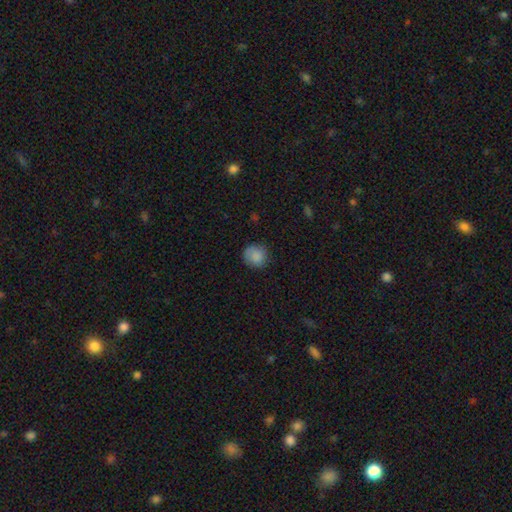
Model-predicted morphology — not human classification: smooth-or-featured: smooth: 85% | star or artifact: 8% | featured or disk: 7%
  how-rounded: round: 86% | in between: 13% | cigar-shaped: 1%
  merging: none: 78% | minor disturbance: 16% | major disturbance: 4% | merger: 1%